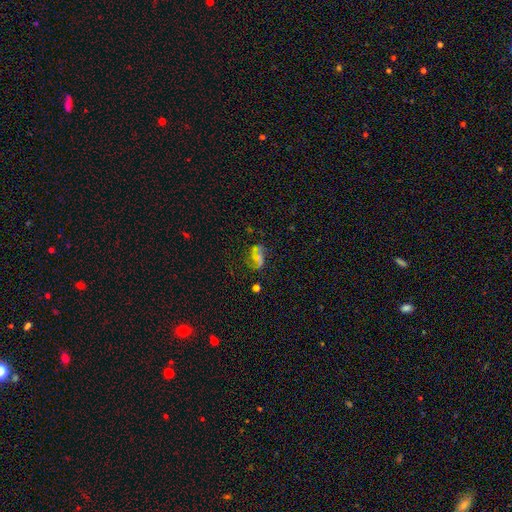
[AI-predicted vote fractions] This appears to be a featured or disk galaxy (37%). Merging: none (51%).